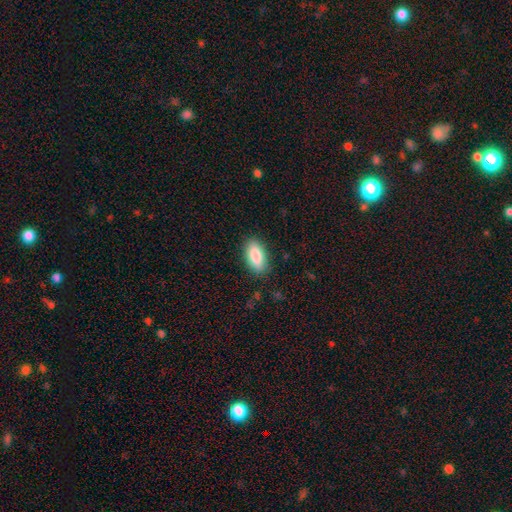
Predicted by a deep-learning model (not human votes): smooth_or_featured: smooth (p=0.86) [alt: featured or disk p=0.08]
how_rounded: in between (p=0.89) [alt: cigar-shaped p=0.09]
merging: none (p=0.86) [alt: minor disturbance p=0.10]